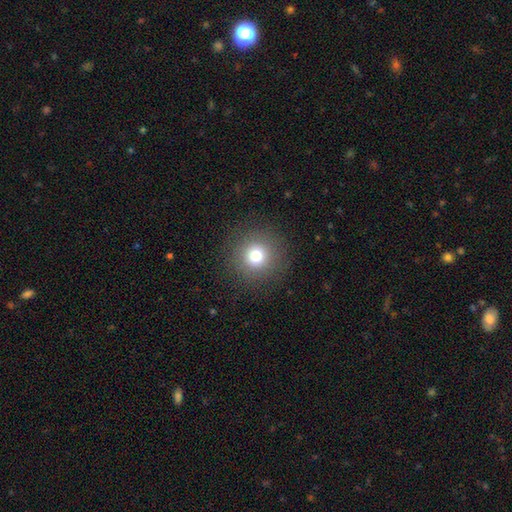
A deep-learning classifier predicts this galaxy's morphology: Overall: smooth (77%). How rounded: round (95%). Merging: none (90%).